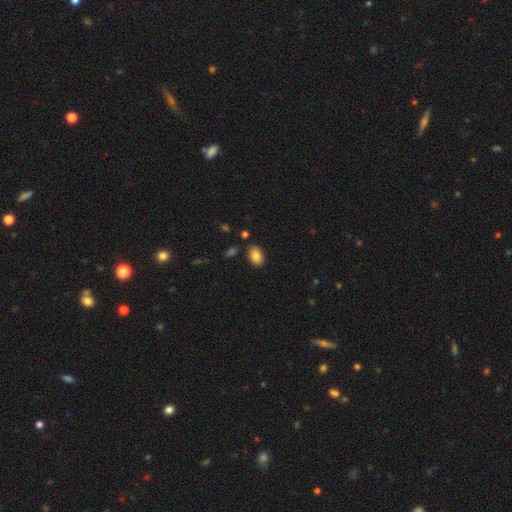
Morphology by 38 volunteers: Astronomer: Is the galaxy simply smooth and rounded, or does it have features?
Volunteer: smooth — 82%.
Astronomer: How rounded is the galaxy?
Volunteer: in between — 94%.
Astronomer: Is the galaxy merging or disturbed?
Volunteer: none — 74%.